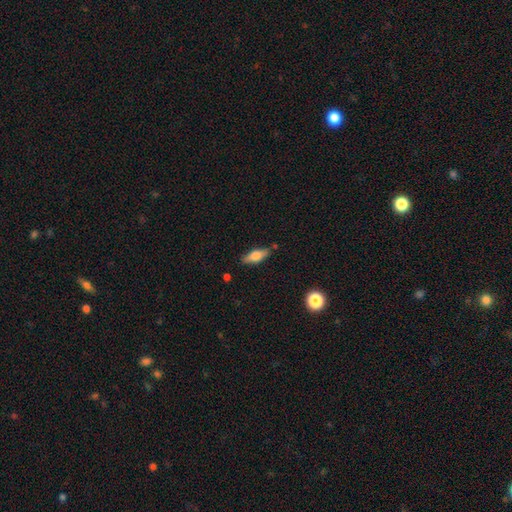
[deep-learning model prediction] smooth_or_featured: smooth (p=0.59) [alt: featured or disk p=0.34]
how_rounded: in between (p=0.61) [alt: cigar-shaped p=0.36]
merging: none (p=0.80) [alt: minor disturbance p=0.14]